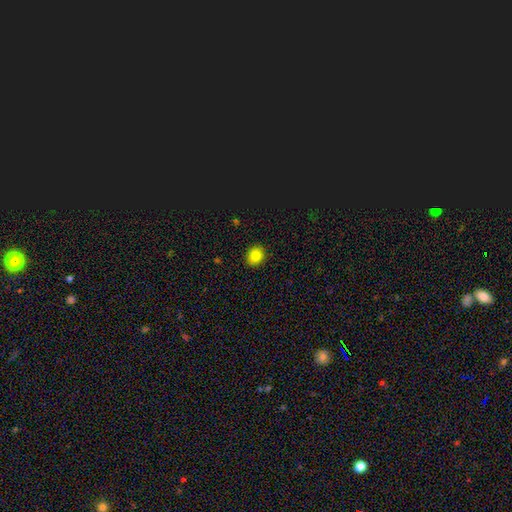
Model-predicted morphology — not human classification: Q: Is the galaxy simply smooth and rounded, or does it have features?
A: smooth — 82%.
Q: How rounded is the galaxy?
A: round — 65%.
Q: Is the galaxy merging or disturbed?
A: none — 90%.